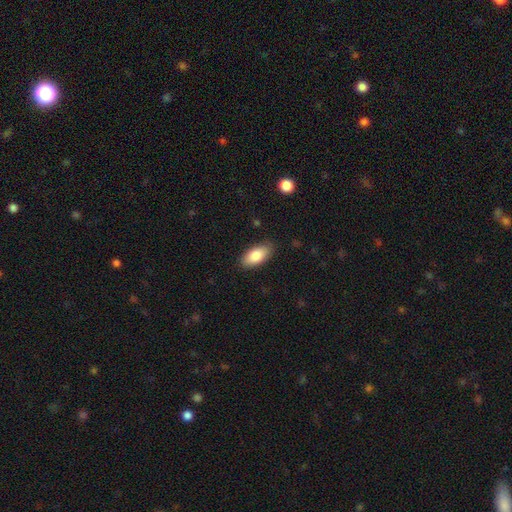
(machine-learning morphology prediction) Q: Smooth or featured?
A: smooth (84%); runner-up: featured or disk (10%)
Q: How rounded?
A: in between (91%); runner-up: cigar-shaped (7%)
Q: Merging?
A: none (86%); runner-up: minor disturbance (11%)